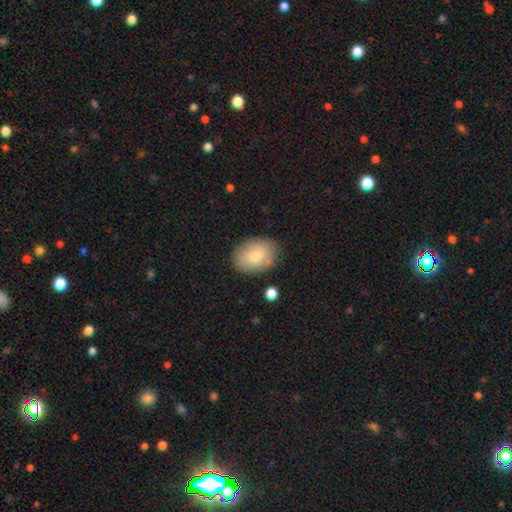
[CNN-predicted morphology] A smooth galaxy with no disk features (79%) that is in between round and cigar-shaped (79%). Merging: none (81%).